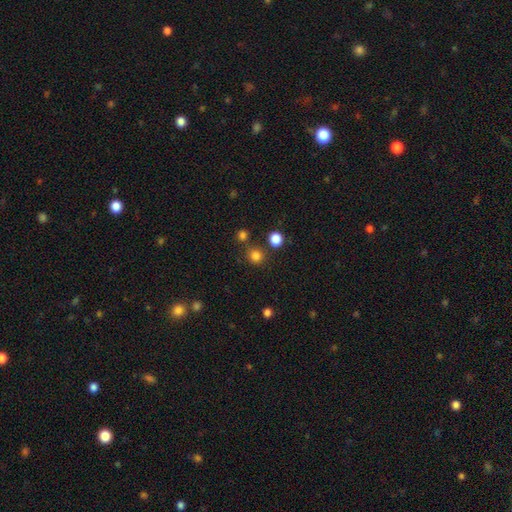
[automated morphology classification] Smooth or featured? Predicted: smooth (p=0.80). How rounded? Predicted: round (p=0.91). Merging? Predicted: none (p=0.79).